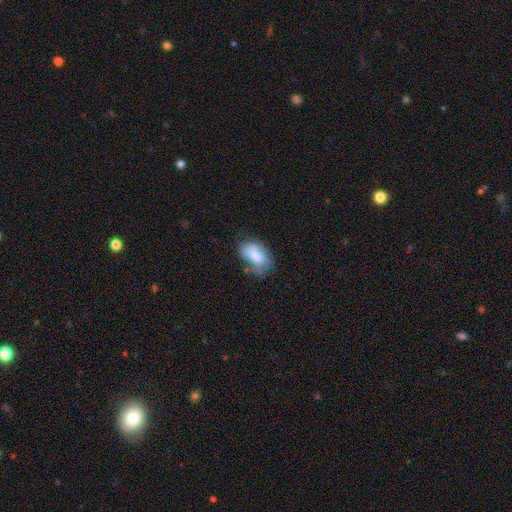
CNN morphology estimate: Smooth or featured: smooth — 69% (featured or disk — 23%)
How rounded: in between — 88% (round — 10%)
Merging: none — 45% (minor disturbance — 34%)